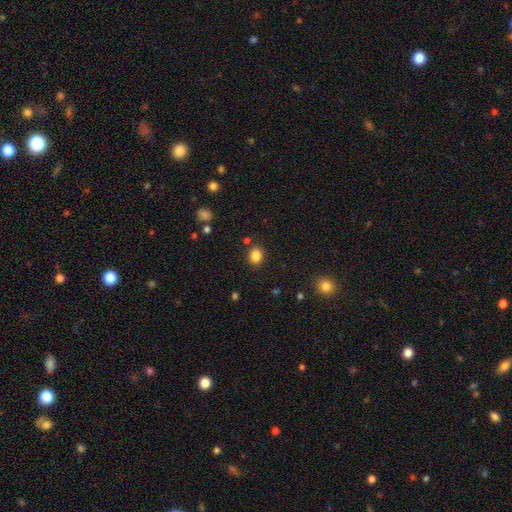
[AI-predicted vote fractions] Overall: smooth (85%). How rounded: round (69%; in between 30%). Merging: none (86%).